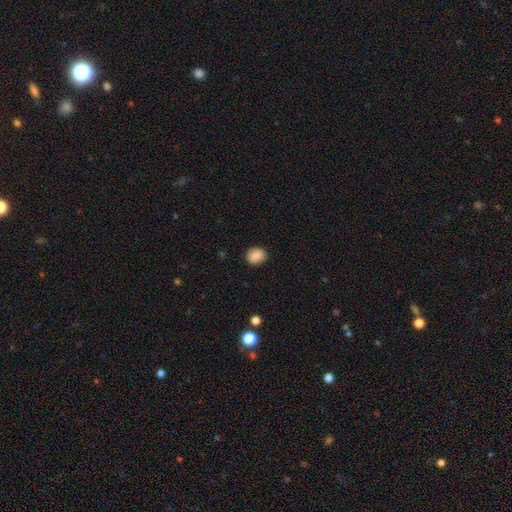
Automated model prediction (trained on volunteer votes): smooth-or-featured: smooth: 88% | star or artifact: 8% | featured or disk: 3%
  how-rounded: round: 61% | in between: 38% | cigar-shaped: 1%
  merging: none: 87% | minor disturbance: 9% | major disturbance: 2% | merger: 1%